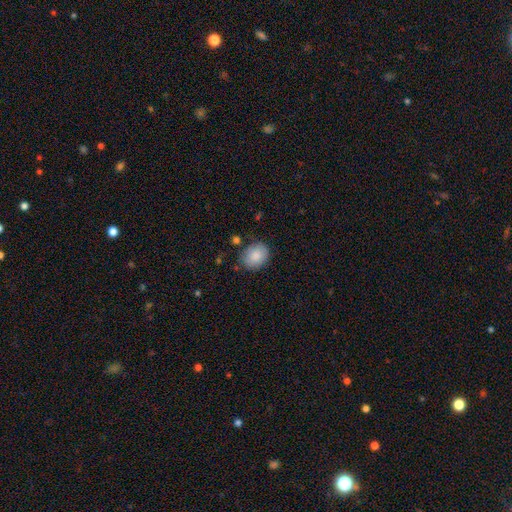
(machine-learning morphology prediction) smooth_or_featured: smooth (p=0.86) [alt: featured or disk p=0.07]
how_rounded: round (p=0.50) [alt: in between p=0.49]
merging: none (p=0.78) [alt: minor disturbance p=0.15]